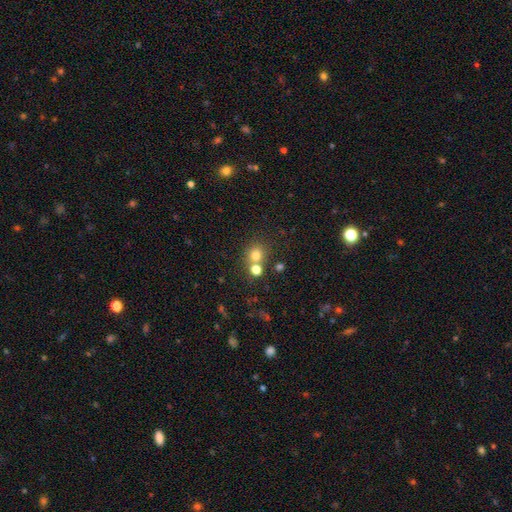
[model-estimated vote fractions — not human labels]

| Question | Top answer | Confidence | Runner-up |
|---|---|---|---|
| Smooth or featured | smooth | 75% | star or artifact (16%) |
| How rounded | round | 83% | in between (16%) |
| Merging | none | 59% | merger (30%) |